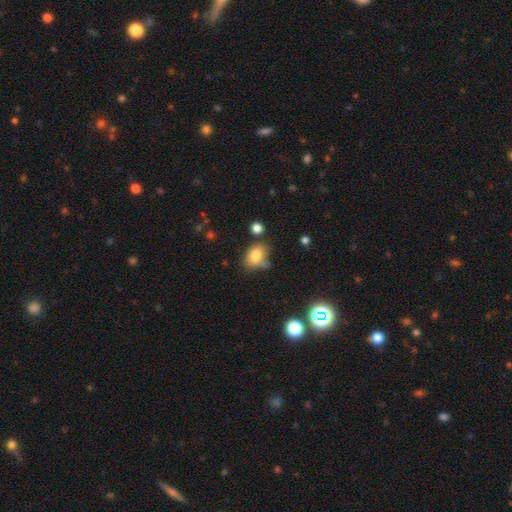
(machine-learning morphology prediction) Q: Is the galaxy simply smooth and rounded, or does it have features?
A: smooth — 79%.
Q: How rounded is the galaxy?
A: in between — 76%.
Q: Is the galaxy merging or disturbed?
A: none — 60%.